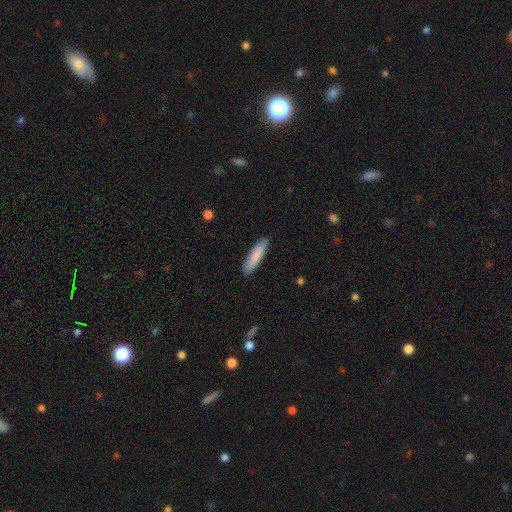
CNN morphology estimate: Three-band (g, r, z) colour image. It shows a smooth galaxy with no disk features (85%) that is cigar-shaped (78%). Merging: none (89%).